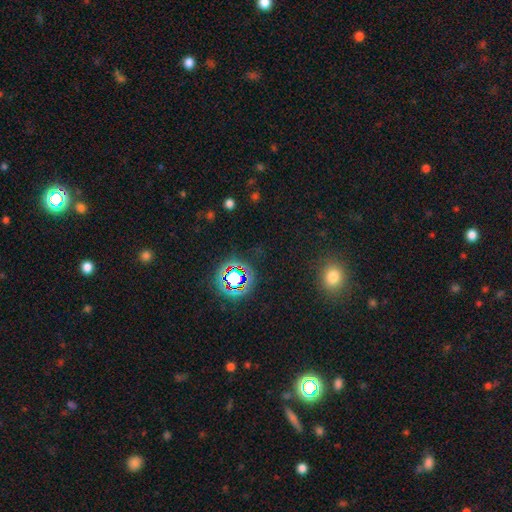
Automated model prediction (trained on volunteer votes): Q: Smooth or featured?
A: star or artifact (70%); runner-up: smooth (20%)